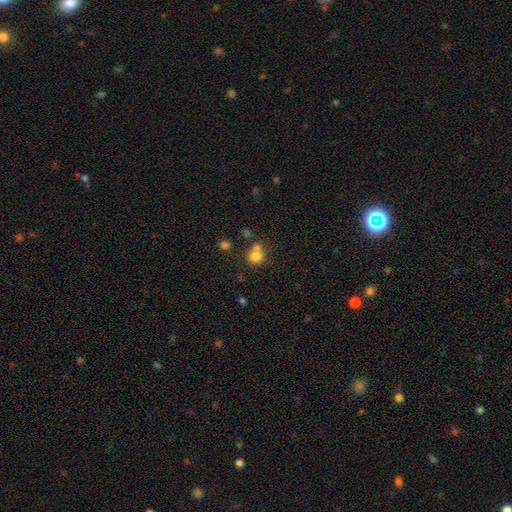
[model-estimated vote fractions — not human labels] smooth 77%, star or artifact 13%, featured or disk 10%. Down the decision tree: how rounded — round (85%); merging — none (53%).